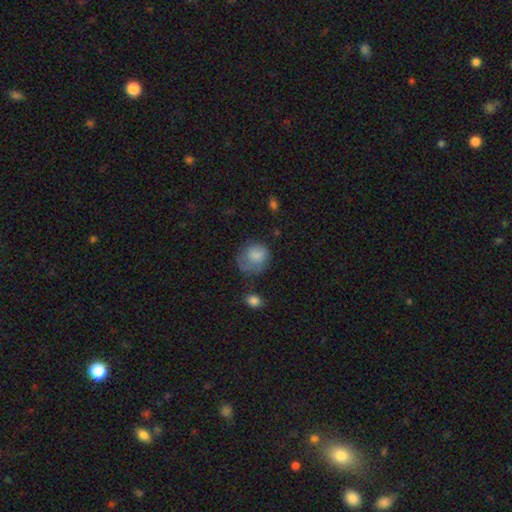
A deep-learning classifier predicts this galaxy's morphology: Smooth or featured: smooth — 76% (featured or disk — 15%)
How rounded: round — 72% (in between — 27%)
Merging: none — 47% (minor disturbance — 28%)